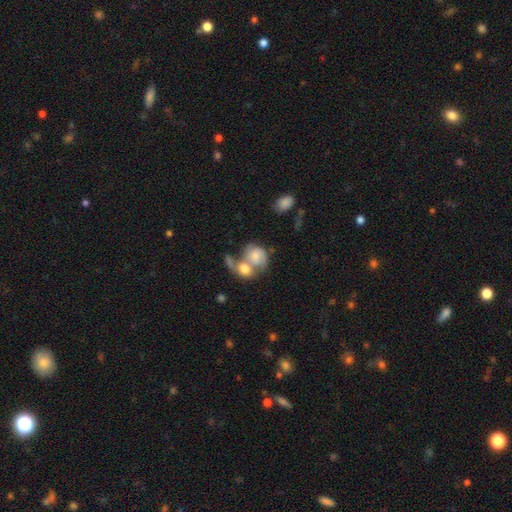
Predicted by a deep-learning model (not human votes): smooth 51%, featured or disk 41%, star or artifact 8%. Down the decision tree: how rounded — round (52%); merging — merger (68%).